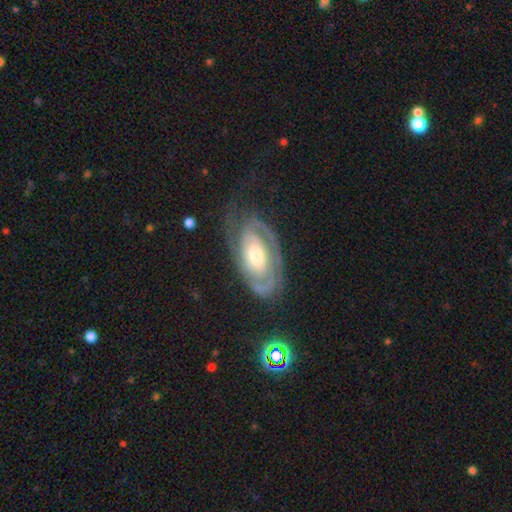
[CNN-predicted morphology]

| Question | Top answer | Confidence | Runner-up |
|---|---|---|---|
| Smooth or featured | featured or disk | 85% | smooth (10%) |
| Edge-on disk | no | 95% | yes (5%) |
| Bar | no | 64% | weak (26%) |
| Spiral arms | yes | 92% | no (8%) |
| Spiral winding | tight | 66% | medium (26%) |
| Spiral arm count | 2 | 59% | can't tell (18%) |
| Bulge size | moderate | 60% | small (21%) |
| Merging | none | 67% | minor disturbance (19%) |